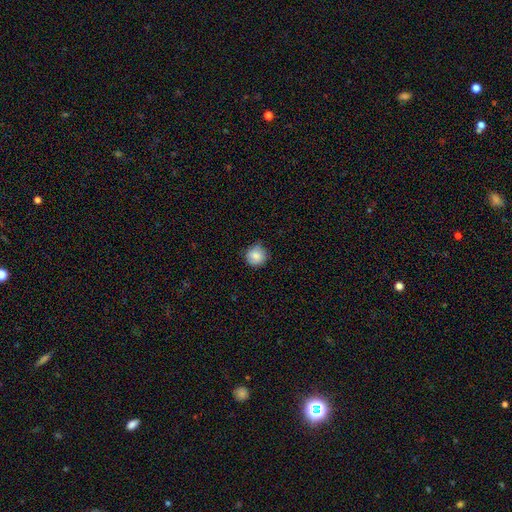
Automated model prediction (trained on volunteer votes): smooth-or-featured: smooth: 84% | star or artifact: 8% | featured or disk: 8%
  how-rounded: round: 92% | in between: 7% | cigar-shaped: 1%
  merging: none: 77% | minor disturbance: 19% | major disturbance: 3% | merger: 1%